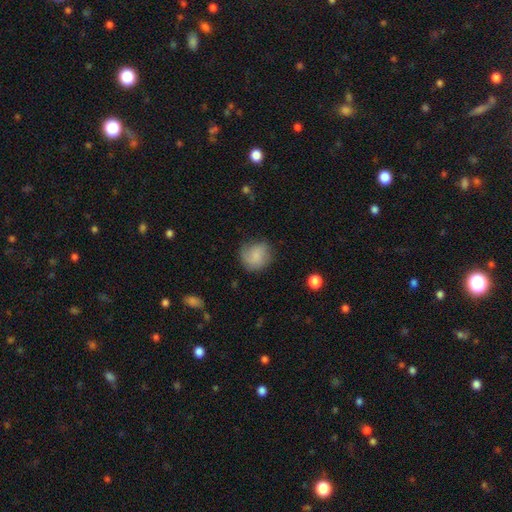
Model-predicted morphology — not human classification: smooth_or_featured: smooth (p=0.77) [alt: featured or disk p=0.15]
how_rounded: round (p=0.82) [alt: in between p=0.17]
merging: none (p=0.66) [alt: minor disturbance p=0.24]